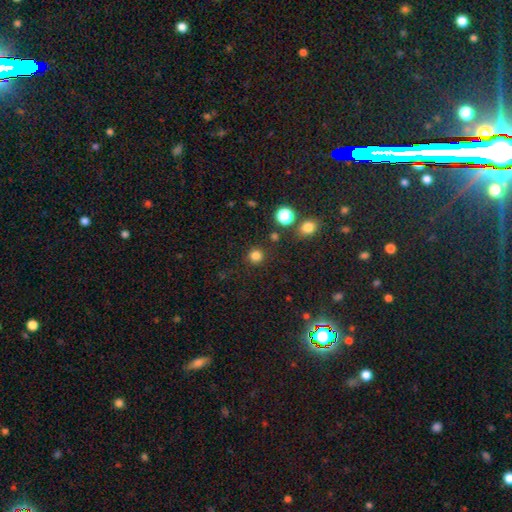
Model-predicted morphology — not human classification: A smooth galaxy with no disk features (81%) that is round (94%).

Vote fractions:
- Smooth or featured? smooth: 81% / star or artifact: 15% / featured or disk: 4%
- How rounded? round: 94% / in between: 5% / cigar-shaped: 1%
- Merging? none: 88% / minor disturbance: 6% / major disturbance: 3% / merger: 3%